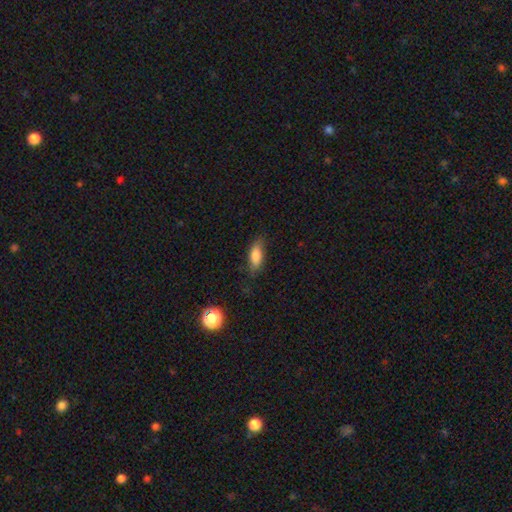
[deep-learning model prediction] Morphology: type=smooth (79%); roundness=in between (72%); merging=none (74%).